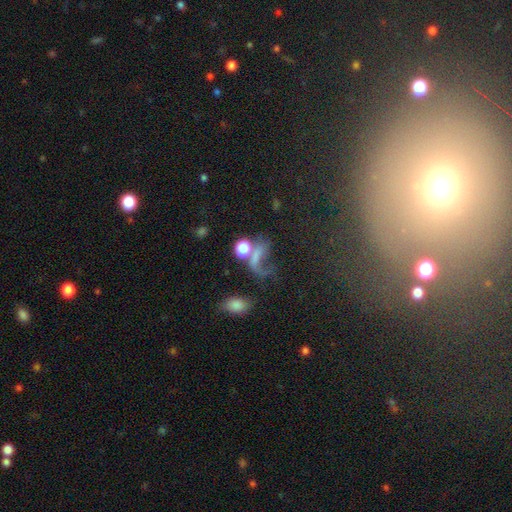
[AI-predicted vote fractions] Overall: smooth (50%; featured or disk 25%). How rounded: round (47%; in between 46%). Merging: major disturbance (34%; merger 29%).